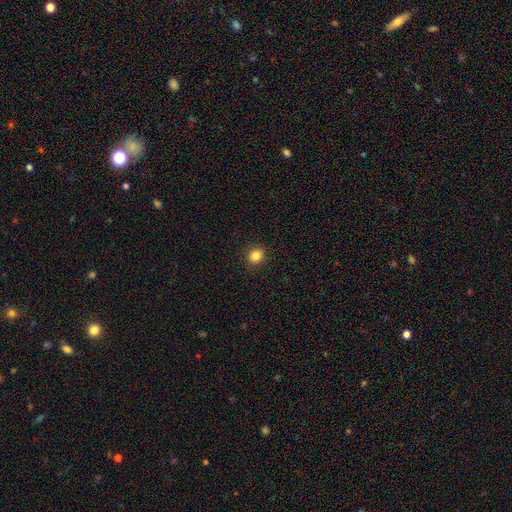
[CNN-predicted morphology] Q: Smooth or featured?
A: smooth (85%); runner-up: star or artifact (11%)
Q: How rounded?
A: round (74%); runner-up: in between (25%)
Q: Merging?
A: none (91%); runner-up: minor disturbance (6%)